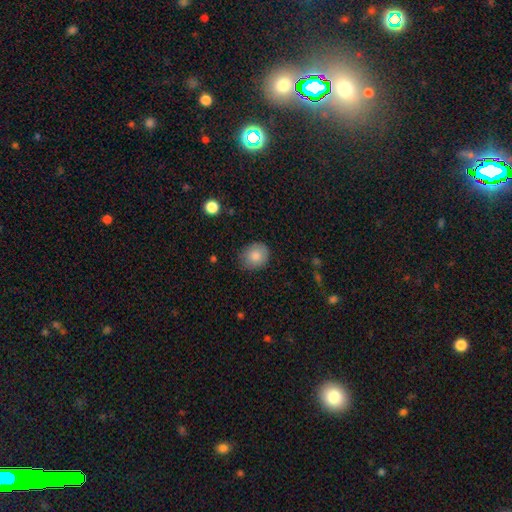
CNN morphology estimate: This is clearly a smooth galaxy (82%). How rounded: likely round (66%). Merging: likely none (80%).